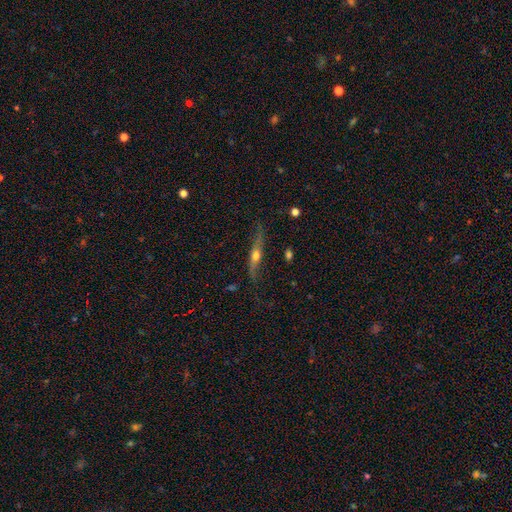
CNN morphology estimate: smooth-or-featured: featured or disk: 63% | smooth: 30% | star or artifact: 7%
  disk-edge-on: yes: 84% | no: 16%
    edge-on-bulge: rounded: 89% | none: 7% | boxy: 4%
  merging: none: 68% | minor disturbance: 22% | major disturbance: 7% | merger: 2%